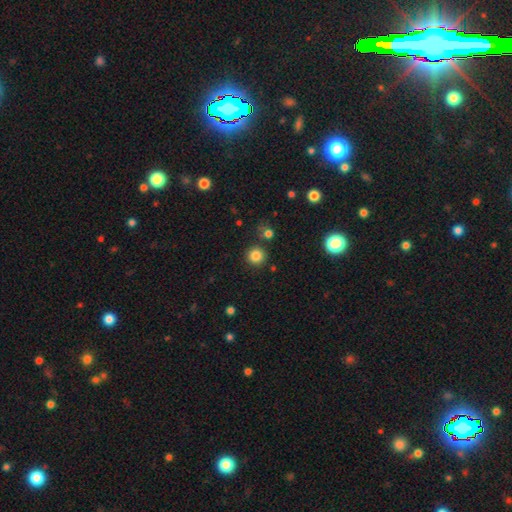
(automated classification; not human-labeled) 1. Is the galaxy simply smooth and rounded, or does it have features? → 83% smooth, 12% star or artifact, 4% featured or disk.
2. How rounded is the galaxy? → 94% round, 5% in between, 1% cigar-shaped.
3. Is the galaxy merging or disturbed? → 85% none, 7% minor disturbance, 5% merger, 3% major disturbance.